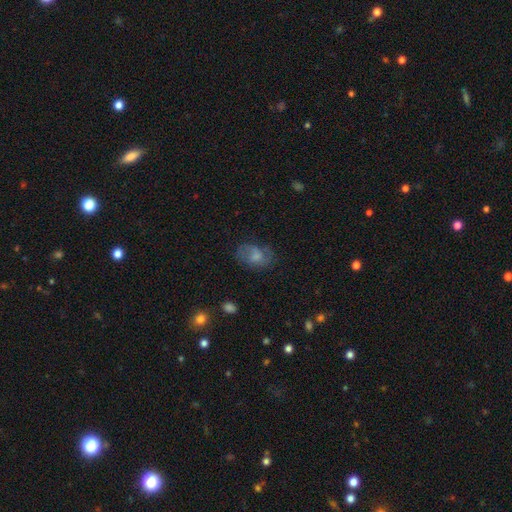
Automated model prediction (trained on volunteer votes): Overall: smooth (59%; featured or disk 32%). How rounded: in between (82%). Merging: none (58%; minor disturbance 25%).